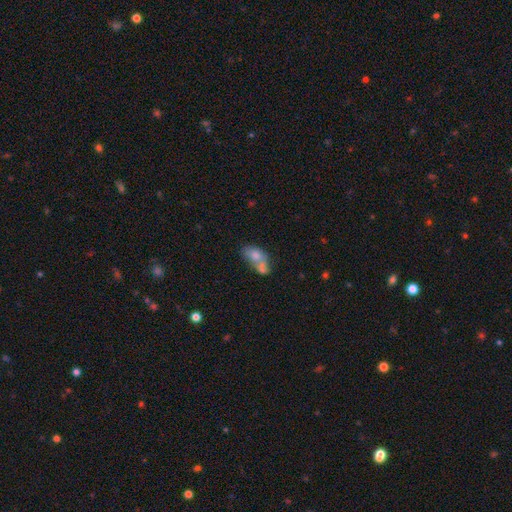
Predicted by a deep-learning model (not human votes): Smooth or featured? Predicted: smooth (p=0.66). How rounded? Predicted: in between (p=0.76). Merging? Predicted: merger (p=0.61).